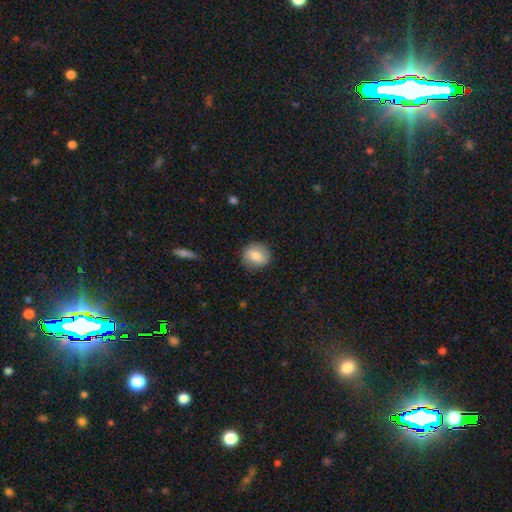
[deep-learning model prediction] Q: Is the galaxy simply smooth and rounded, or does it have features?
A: smooth — 77%.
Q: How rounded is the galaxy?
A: round — 83%.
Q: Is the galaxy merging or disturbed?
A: none — 85%.